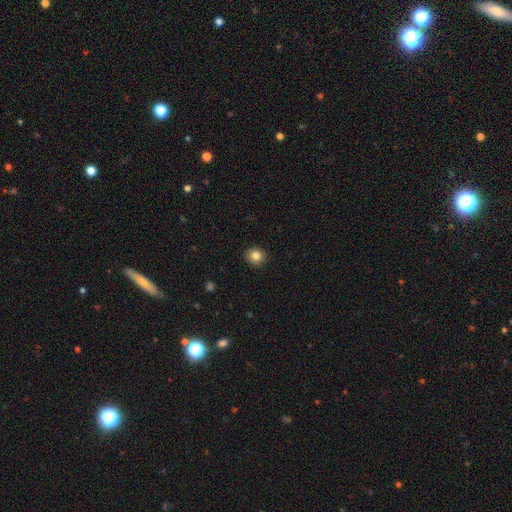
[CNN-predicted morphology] The model was most divided on "how rounded": round: 84%, in between: 15%, cigar-shaped: 1%. More confident: merging — none (91%); smooth or featured — smooth (84%).